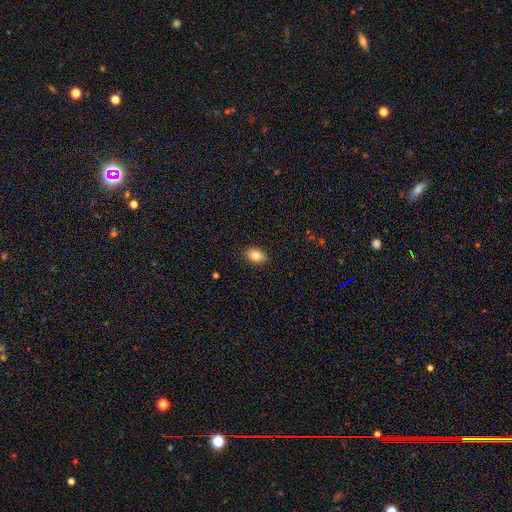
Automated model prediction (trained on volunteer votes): Overall: smooth (82%). How rounded: in between (84%). Merging: none (89%).